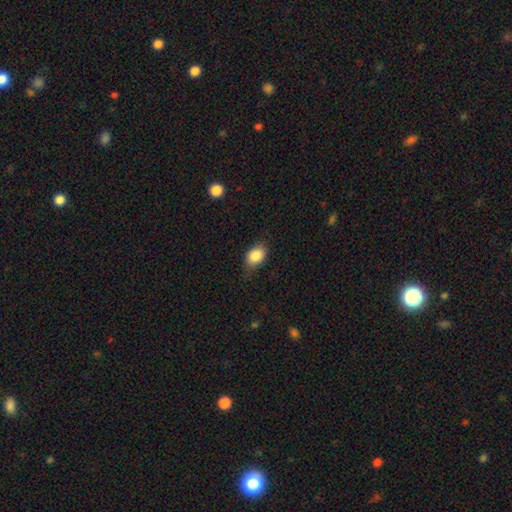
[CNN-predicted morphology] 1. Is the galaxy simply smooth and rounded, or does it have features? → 86% smooth, 8% star or artifact, 7% featured or disk.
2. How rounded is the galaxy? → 80% in between, 18% round, 2% cigar-shaped.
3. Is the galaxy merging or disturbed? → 72% none, 22% minor disturbance, 5% major disturbance, 1% merger.